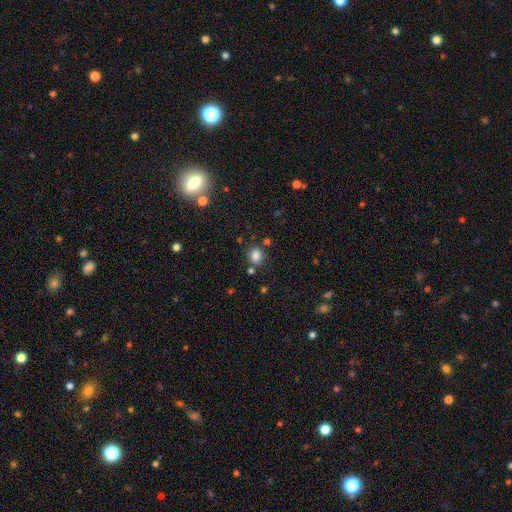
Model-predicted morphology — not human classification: The model was most divided on "how rounded": round: 60%, in between: 39%, cigar-shaped: 1%. More confident: smooth or featured — smooth (82%); merging — none (77%).